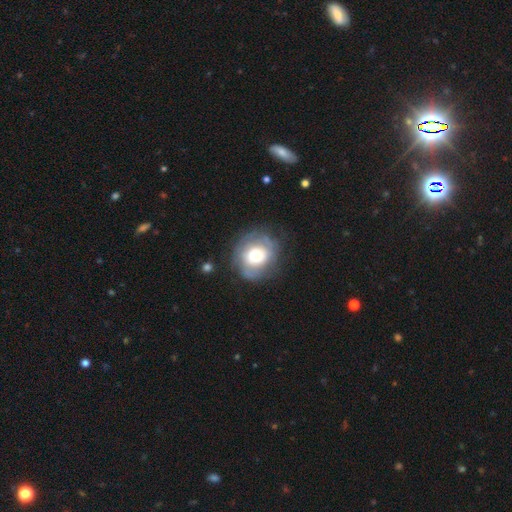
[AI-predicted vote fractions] A smooth galaxy with no disk features (47%).

Vote fractions:
- Smooth or featured? smooth: 47% / featured or disk: 45% / star or artifact: 8%
- Merging? none: 64% / minor disturbance: 21% / major disturbance: 13% / merger: 2%